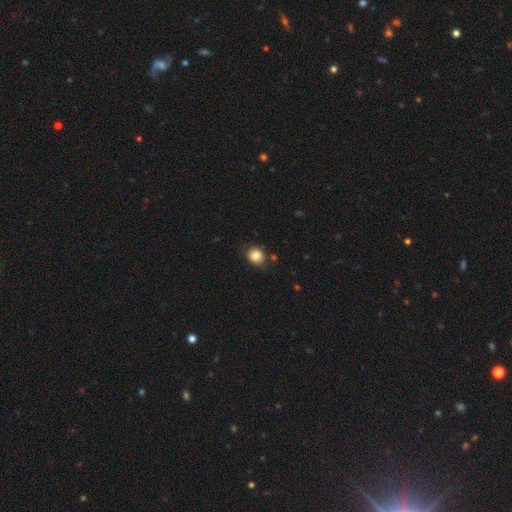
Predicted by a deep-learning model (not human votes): A smooth galaxy with no disk features (83%) that is round (76%).

Vote fractions:
- Smooth or featured? smooth: 83% / star or artifact: 10% / featured or disk: 7%
- How rounded? round: 76% / in between: 23% / cigar-shaped: 1%
- Merging? none: 81% / minor disturbance: 13% / merger: 3% / major disturbance: 3%